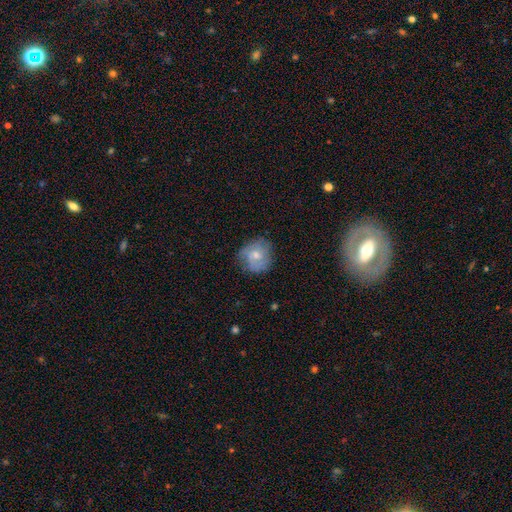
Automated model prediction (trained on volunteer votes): The model was most divided on "smooth or featured": smooth: 52%, featured or disk: 40%, star or artifact: 8%. More confident: how rounded — round (80%); merging — none (68%).